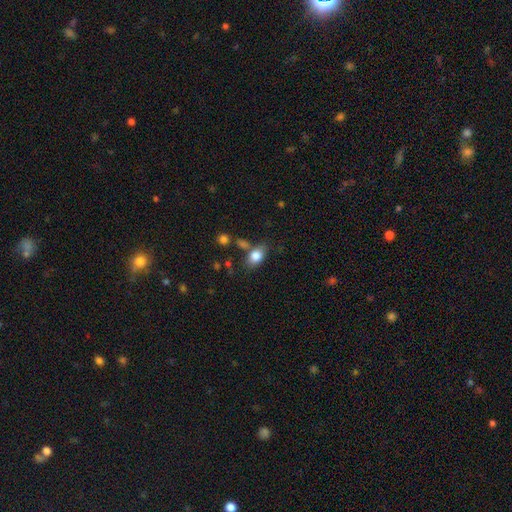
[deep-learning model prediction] A smooth galaxy with no disk features (82%) that is in between round and cigar-shaped (79%).

Vote fractions:
- Smooth or featured? smooth: 82% / featured or disk: 9% / star or artifact: 9%
- How rounded? in between: 79% / round: 19% / cigar-shaped: 2%
- Merging? none: 64% / minor disturbance: 18% / merger: 12% / major disturbance: 6%